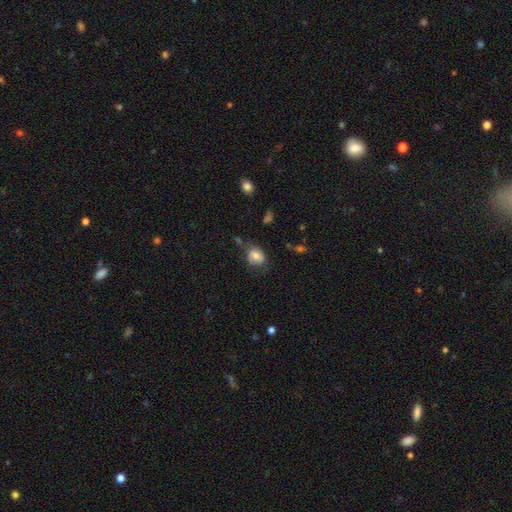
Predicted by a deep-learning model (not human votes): smooth-or-featured: smooth: 66% | featured or disk: 25% | star or artifact: 9%
  how-rounded: round: 55% | in between: 44% | cigar-shaped: 1%
  merging: none: 53% | minor disturbance: 29% | major disturbance: 13% | merger: 5%